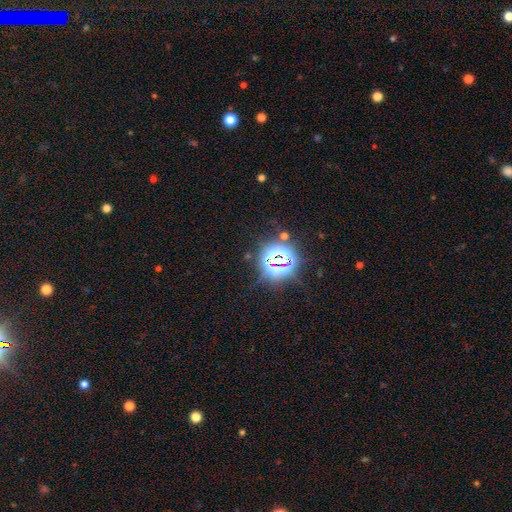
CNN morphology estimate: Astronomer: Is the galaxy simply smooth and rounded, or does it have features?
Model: star or artifact — 85%.